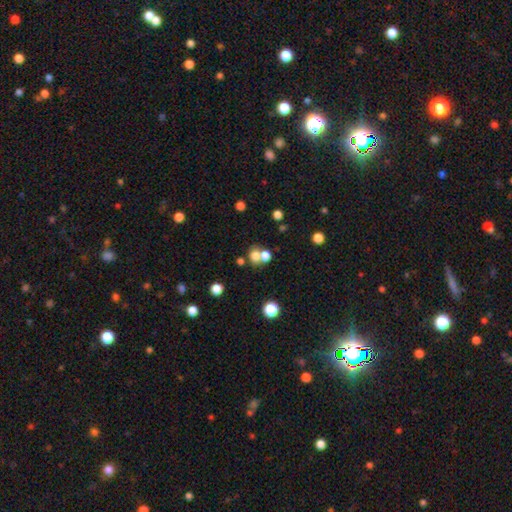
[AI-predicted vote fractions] Morphology: type=smooth (74%); roundness=round (68%); merging=merger (45%).